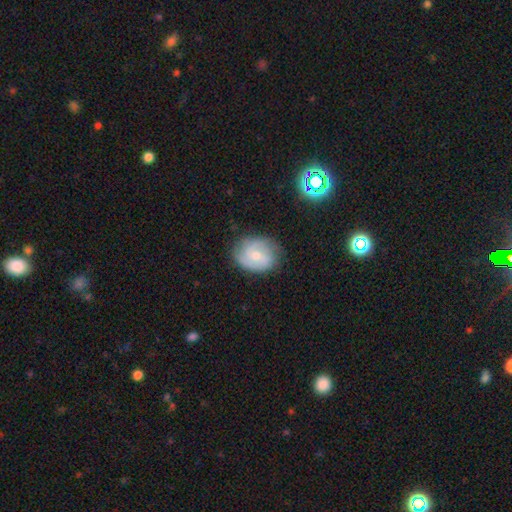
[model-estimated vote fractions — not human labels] A featured or disk galaxy (63%) with no bar (54%), 2 (52%) medium (43%) spiral arms (89%) and a moderate central bulge (48%). Merging: none (72%).